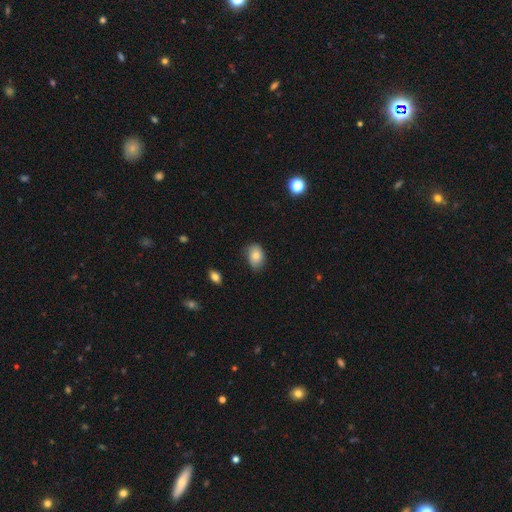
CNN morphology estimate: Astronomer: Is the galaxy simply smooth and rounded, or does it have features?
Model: smooth — 80%.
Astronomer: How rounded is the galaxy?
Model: in between — 80%.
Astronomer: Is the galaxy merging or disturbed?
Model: none — 73%.